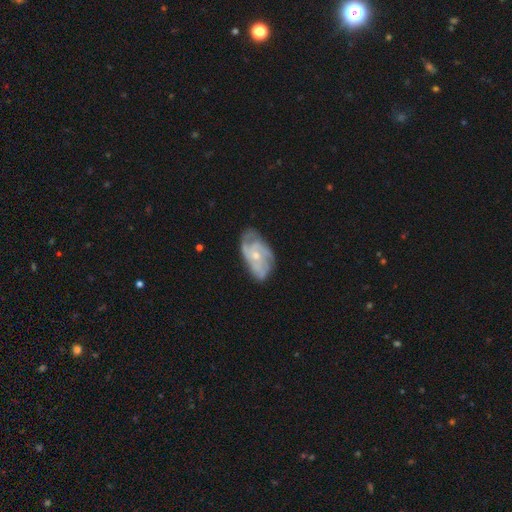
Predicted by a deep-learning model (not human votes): smooth-or-featured: featured or disk: 79% | smooth: 15% | star or artifact: 6%
  disk-edge-on: no: 96% | yes: 4%
    bar: no: 73% | weak: 24% | strong: 4%
    has-spiral-arms: yes: 91% | no: 9%
      spiral-winding: tight: 45% | medium: 41% | loose: 13%
      spiral-arm-count: 3: 34% | can't tell: 25% | 2: 17% | 4: 15% | 1: 4% | more than 4: 4%
    bulge-size: small: 51% | moderate: 45% | none: 2% | large: 2% | dominant: 1%
  merging: none: 63% | minor disturbance: 26% | major disturbance: 10% | merger: 2%